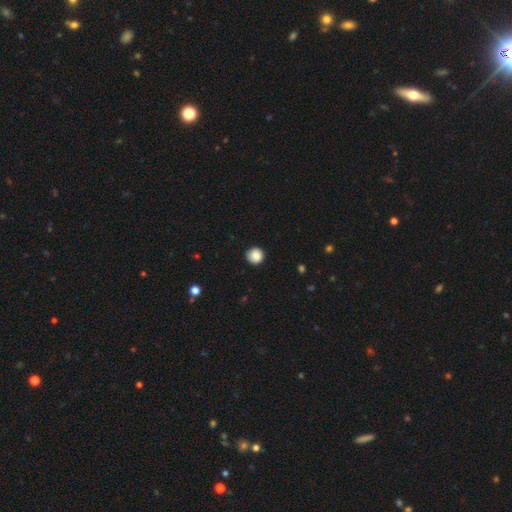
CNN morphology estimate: Q: Smooth or featured?
A: smooth (88%); runner-up: star or artifact (9%)
Q: How rounded?
A: round (95%); runner-up: in between (4%)
Q: Merging?
A: none (90%); runner-up: minor disturbance (7%)